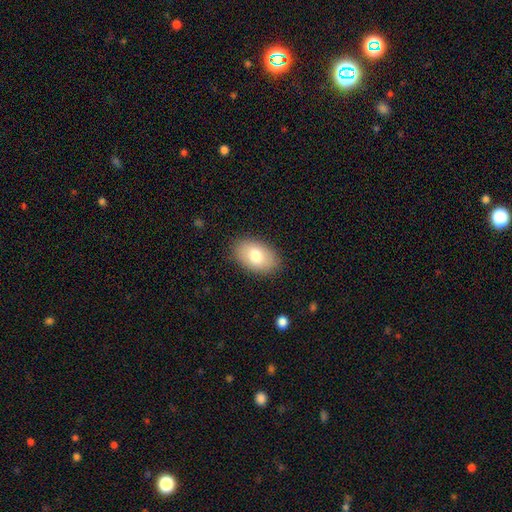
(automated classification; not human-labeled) Smooth or featured? Predicted: smooth (p=0.77). How rounded? Predicted: in between (p=0.90). Merging? Predicted: none (p=0.86).